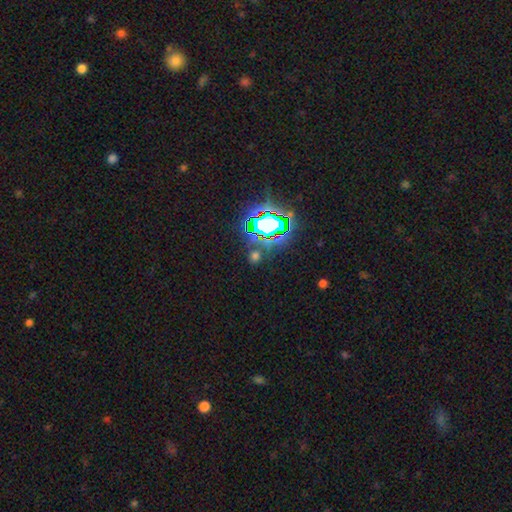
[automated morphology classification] smooth_or_featured: star or artifact (p=0.68) [alt: smooth p=0.23]